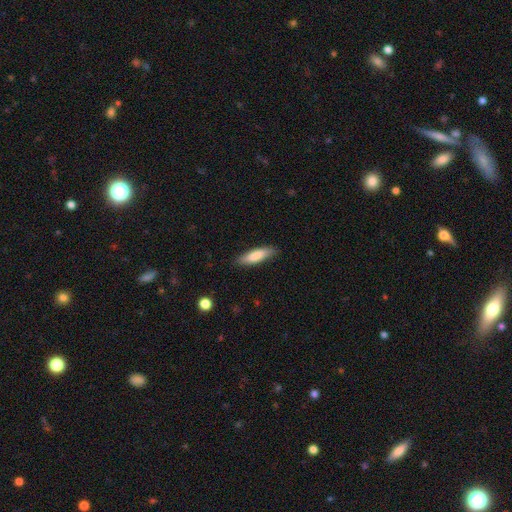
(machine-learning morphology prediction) Smooth or featured: smooth — 81% (featured or disk — 13%)
How rounded: cigar-shaped — 62% (in between — 37%)
Merging: none — 84% (minor disturbance — 12%)